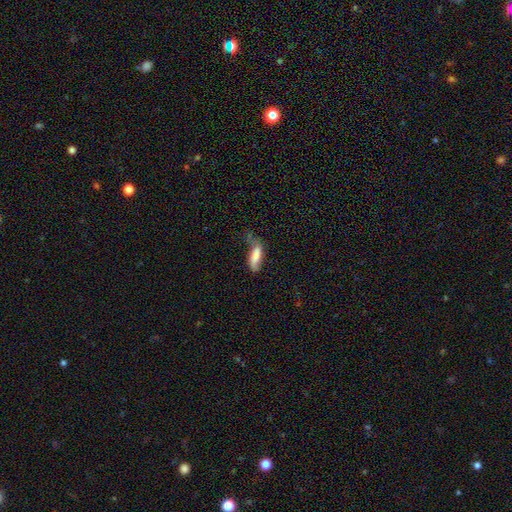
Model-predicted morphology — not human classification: Smooth or featured? smooth (76%)
How rounded? in between (67%)
Merging? minor disturbance (37%)